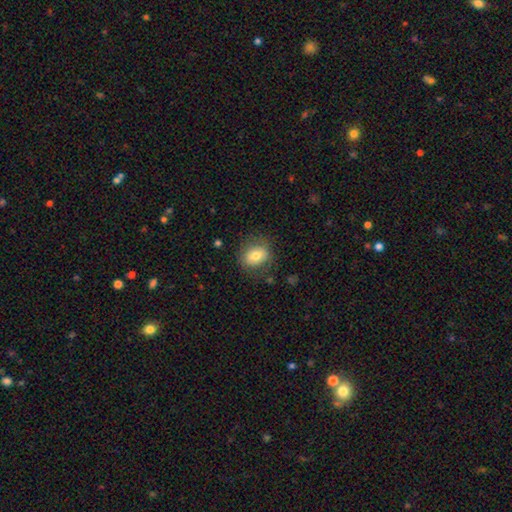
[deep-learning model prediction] Morphology: type=smooth (74%); roundness=in between (54%); merging=none (77%).